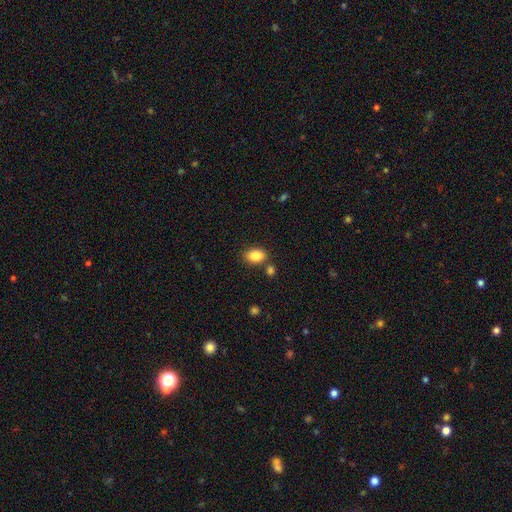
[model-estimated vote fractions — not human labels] This is clearly a smooth galaxy (85%). How rounded: clearly in between (82%). Merging: likely none (76%).